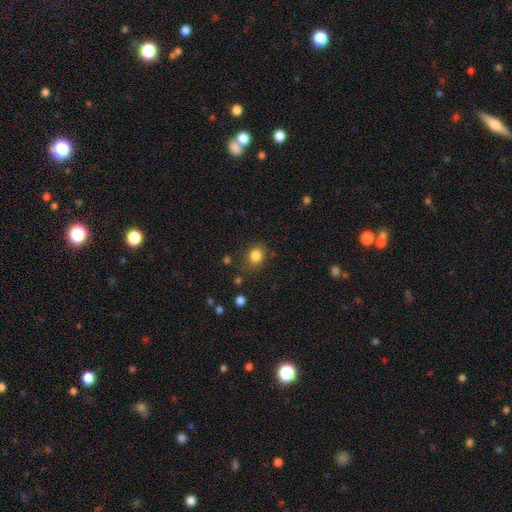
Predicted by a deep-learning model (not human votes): This appears to be a smooth galaxy with no disk features (83%) that is round (61%). Merging: none (75%).